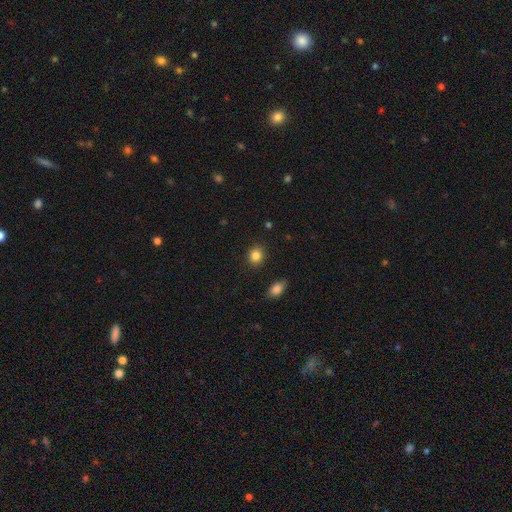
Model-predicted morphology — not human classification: smooth-or-featured: smooth: 85% | star or artifact: 10% | featured or disk: 5%
  how-rounded: round: 68% | in between: 30% | cigar-shaped: 1%
  merging: none: 89% | minor disturbance: 8% | major disturbance: 2% | merger: 2%